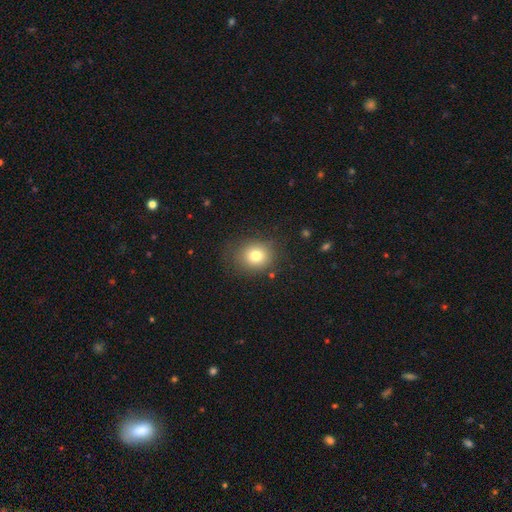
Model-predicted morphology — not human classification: Smooth or featured? smooth (77%)
How rounded? round (74%)
Merging? none (81%)